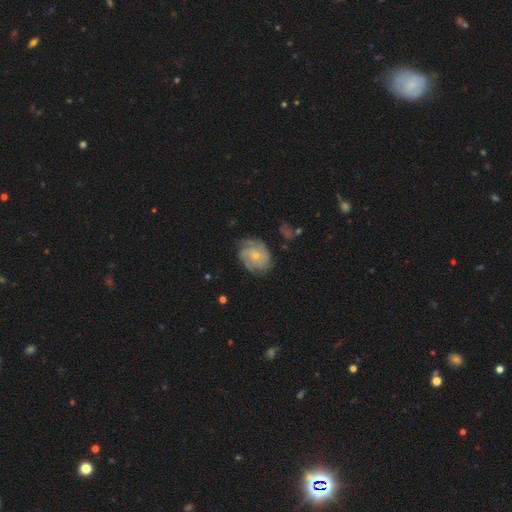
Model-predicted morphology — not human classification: A featured or disk galaxy (75%) with no bar (80%), tight (57%) spiral arms (92%) and a small central bulge (71%).

Vote fractions:
- Smooth or featured? featured or disk: 75% / smooth: 19% / star or artifact: 7%
- Edge-on disk? no: 98% / yes: 2%
- Bar? no: 80% / weak: 17% / strong: 3%
- Spiral arms? yes: 92% / no: 8%
- Spiral winding? tight: 57% / medium: 32% / loose: 11%
- Spiral arm count? can't tell: 30% / 3: 26% / 2: 17% / 4: 15% / 1: 6% / more than 4: 6%
- Bulge size? small: 71% / moderate: 25% / none: 2% / large: 1% / dominant: 1%
- Merging? none: 69% / minor disturbance: 21% / major disturbance: 9% / merger: 2%